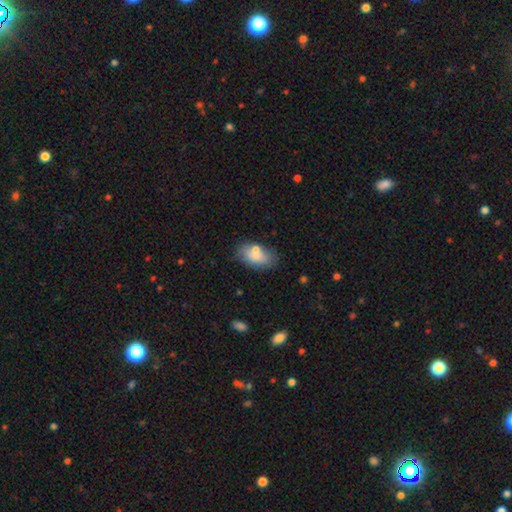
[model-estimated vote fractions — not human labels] This appears to be a smooth galaxy with no disk features (76%) that is in between round and cigar-shaped (91%). Merging: none (60%).